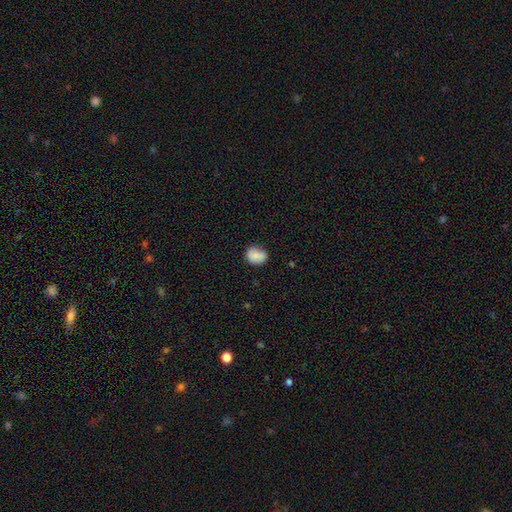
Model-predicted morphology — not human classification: Smooth or featured? smooth (83%)
How rounded? round (62%)
Merging? none (73%)